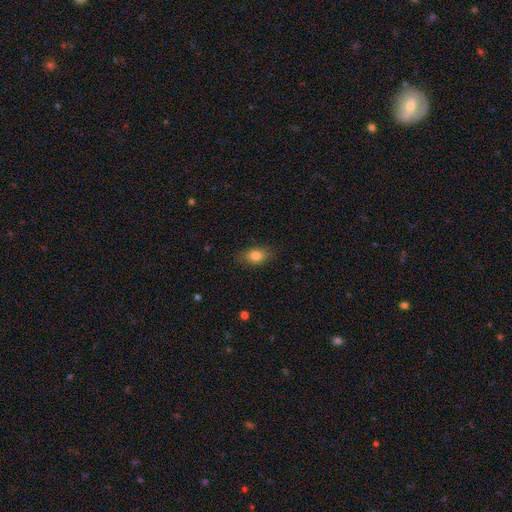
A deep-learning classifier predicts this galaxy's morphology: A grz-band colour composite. It shows a smooth galaxy with no disk features (81%) that is in between round and cigar-shaped (82%). Merging: none (82%).